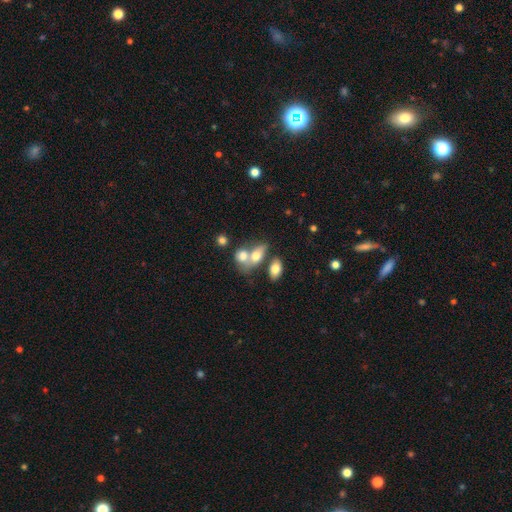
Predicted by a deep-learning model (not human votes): smooth_or_featured: smooth (p=0.70) [alt: featured or disk p=0.21]
how_rounded: in between (p=0.76) [alt: round p=0.21]
merging: merger (p=0.60) [alt: none p=0.26]